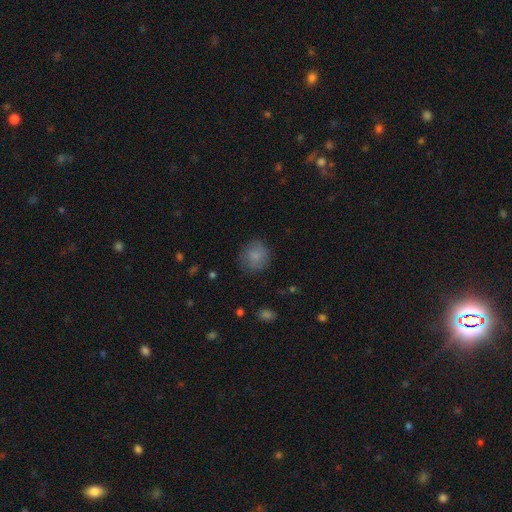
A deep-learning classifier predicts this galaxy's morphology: Smooth or featured? smooth (82%)
How rounded? round (86%)
Merging? none (78%)